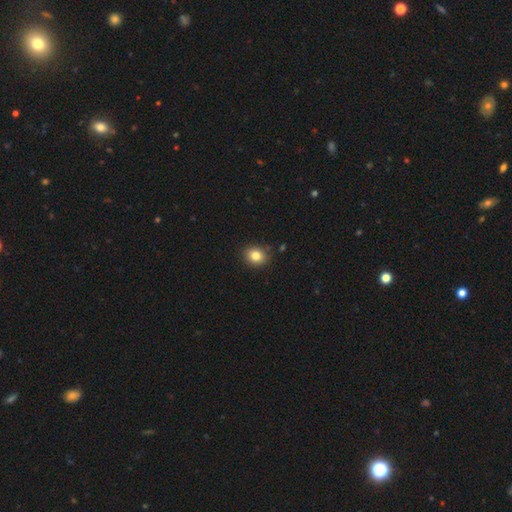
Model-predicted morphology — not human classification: smooth-or-featured: smooth: 83% | star or artifact: 10% | featured or disk: 7%
  how-rounded: round: 59% | in between: 40% | cigar-shaped: 1%
  merging: none: 87% | minor disturbance: 9% | major disturbance: 2% | merger: 2%